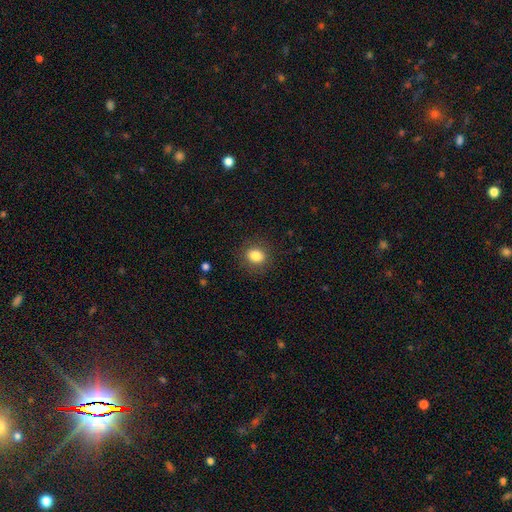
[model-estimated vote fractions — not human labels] Smooth or featured? smooth (84%)
How rounded? round (65%)
Merging? none (87%)